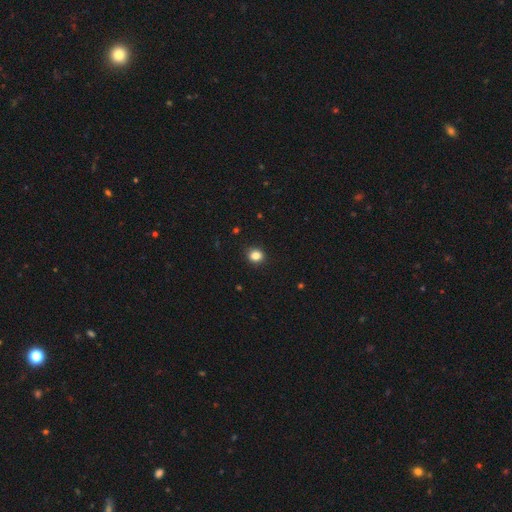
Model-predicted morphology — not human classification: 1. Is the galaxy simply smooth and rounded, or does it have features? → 84% smooth, 11% star or artifact, 5% featured or disk.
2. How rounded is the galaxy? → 73% round, 26% in between, 1% cigar-shaped.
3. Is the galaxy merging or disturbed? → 89% none, 9% minor disturbance, 2% major disturbance, 1% merger.